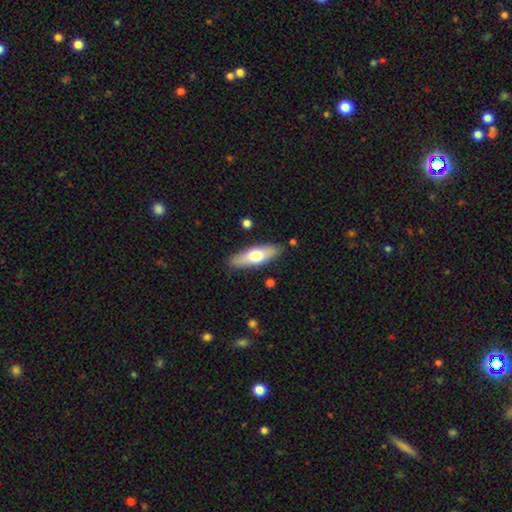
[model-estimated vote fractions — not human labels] Q: Smooth or featured?
A: smooth (60%); runner-up: featured or disk (35%)
Q: How rounded?
A: in between (54%); runner-up: cigar-shaped (43%)
Q: Merging?
A: none (87%); runner-up: minor disturbance (9%)